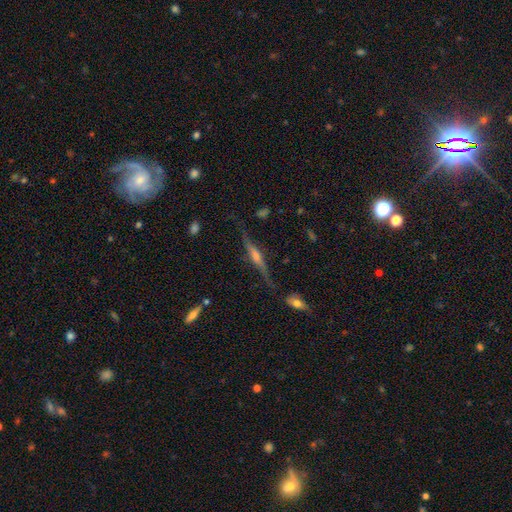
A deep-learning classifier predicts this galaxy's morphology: Q: Smooth or featured?
A: featured or disk (77%); runner-up: smooth (15%)
Q: Edge-on disk?
A: yes (96%); runner-up: no (4%)
Q: Edge-on bulge?
A: rounded (73%); runner-up: boxy (17%)
Q: Merging?
A: none (79%); runner-up: minor disturbance (14%)